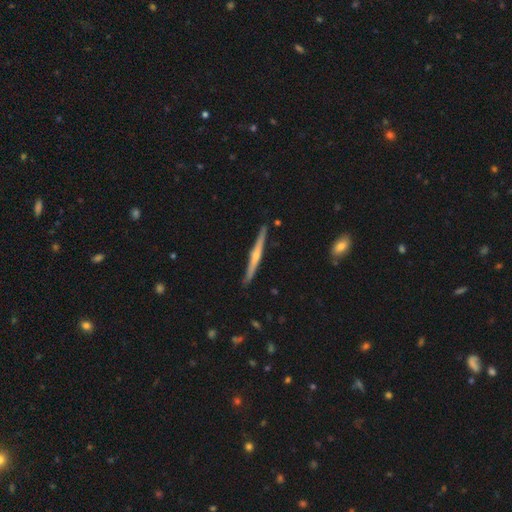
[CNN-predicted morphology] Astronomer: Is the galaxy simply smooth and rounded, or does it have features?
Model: featured or disk — 70%.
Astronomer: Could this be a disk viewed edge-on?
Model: yes — 98%.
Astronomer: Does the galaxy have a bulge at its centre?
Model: rounded — 72%.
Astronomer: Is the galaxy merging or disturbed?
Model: none — 90%.